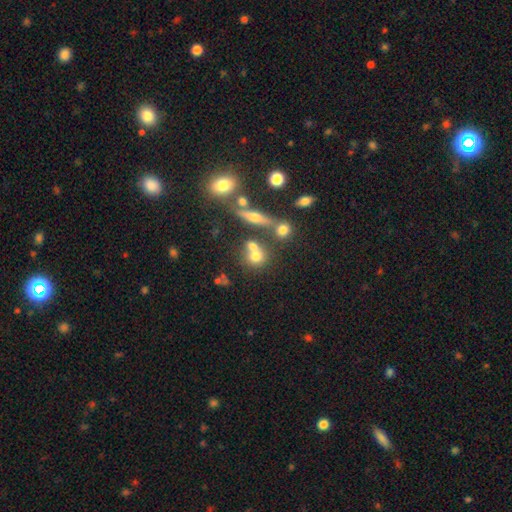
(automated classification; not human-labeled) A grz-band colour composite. It shows a smooth galaxy with no disk features (64%) that is round (71%). Merging: none (44%).